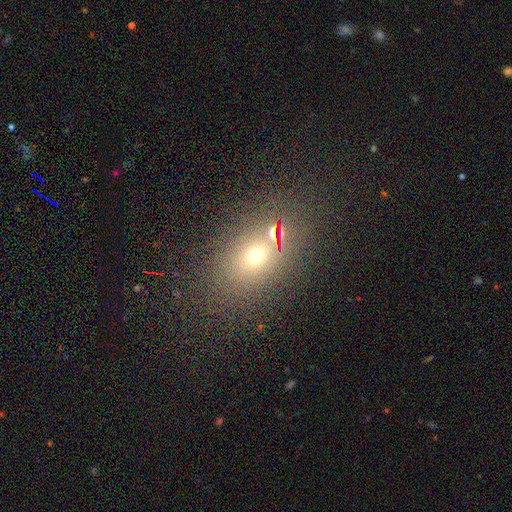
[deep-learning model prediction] A smooth galaxy with no disk features (62%) that is in between round and cigar-shaped (60%).

Vote fractions:
- Smooth or featured? smooth: 62% / star or artifact: 25% / featured or disk: 14%
- How rounded? in between: 60% / round: 38% / cigar-shaped: 2%
- Merging? none: 71% / minor disturbance: 12% / merger: 10% / major disturbance: 7%